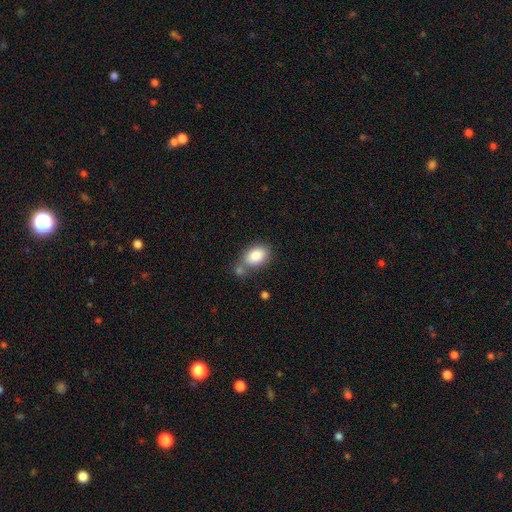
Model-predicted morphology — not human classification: Overall: smooth (85%). How rounded: in between (86%). Merging: none (52%; merger 26%).